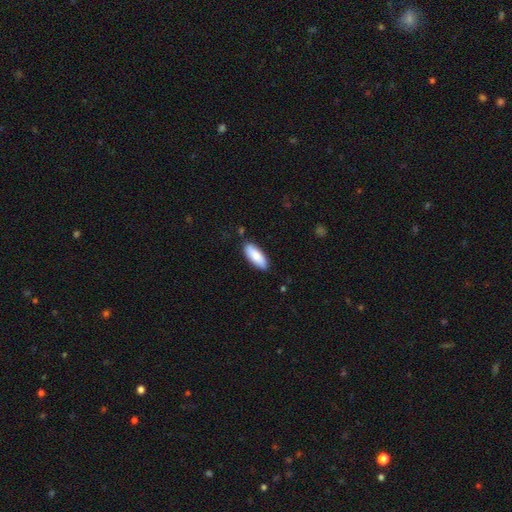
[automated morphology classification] Smooth or featured?
  - smooth: 85% *
  - featured or disk: 9%
  - star or artifact: 5%
How rounded?
  - in between: 75% *
  - cigar-shaped: 23%
  - round: 2%
Merging?
  - none: 86% *
  - minor disturbance: 10%
  - major disturbance: 2%
  - merger: 1%